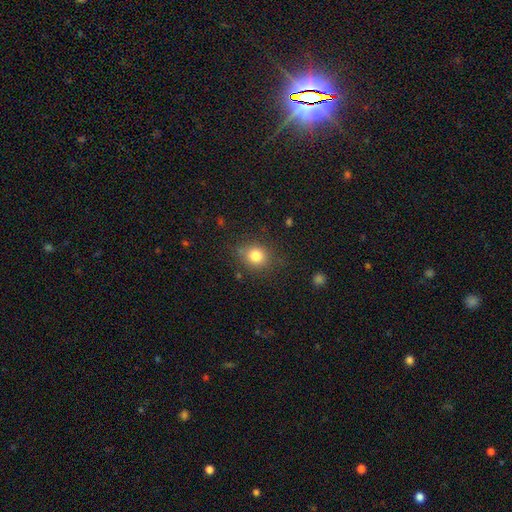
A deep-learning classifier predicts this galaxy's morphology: This is clearly a smooth galaxy (81%). How rounded: likely round (75%). Merging: clearly none (81%).